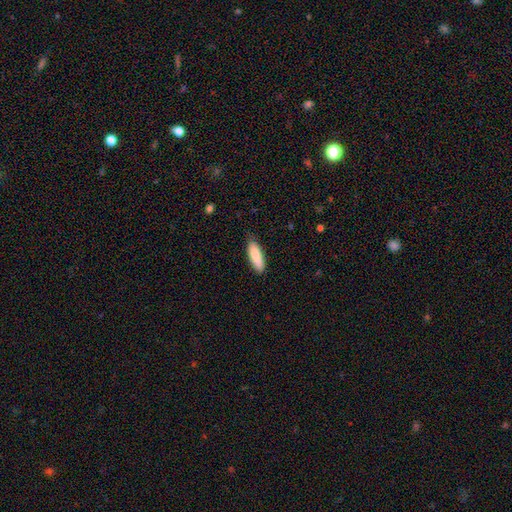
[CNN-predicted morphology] Q: Smooth or featured?
A: smooth (85%); runner-up: featured or disk (10%)
Q: How rounded?
A: in between (52%); runner-up: cigar-shaped (47%)
Q: Merging?
A: none (81%); runner-up: minor disturbance (16%)